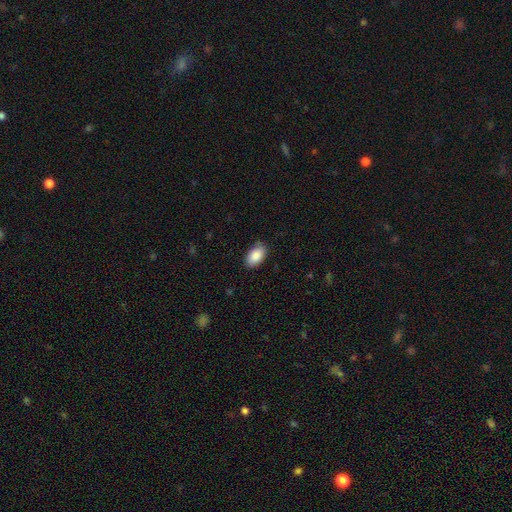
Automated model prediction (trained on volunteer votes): smooth_or_featured: smooth (p=0.89) [alt: star or artifact p=0.06]
how_rounded: in between (p=0.94) [alt: round p=0.04]
merging: none (p=0.84) [alt: minor disturbance p=0.13]